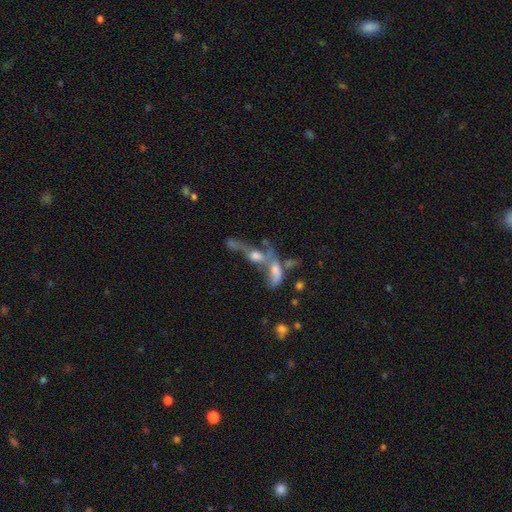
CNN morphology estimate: This is marginally a featured or disk galaxy (45%). Merging: likely merger (65%).